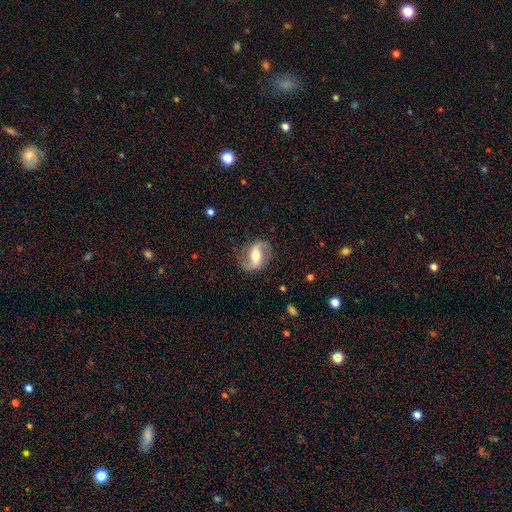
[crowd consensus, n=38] Smooth or featured? featured or disk (97%)
Edge-on disk? no (100%)
Bar? strong (35%, tied with no)
Spiral arms? yes (97%)
Spiral winding? loose (81%)
Spiral arm count? 2 (100%)
Bulge size? moderate (78%)
Merging? none (97%)